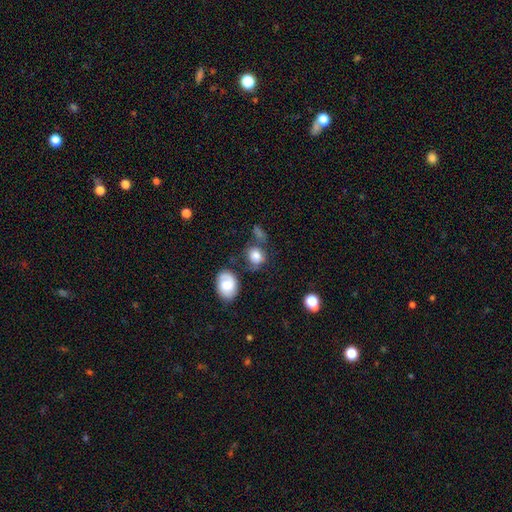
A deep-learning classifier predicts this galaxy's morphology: This is likely a smooth galaxy (77%). How rounded: possibly round (57%). Merging: possibly none (55%).